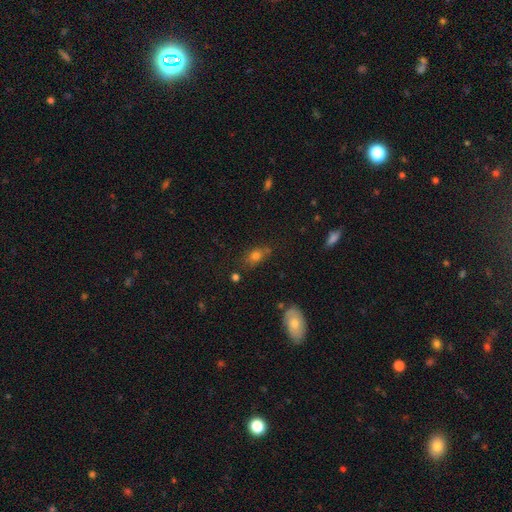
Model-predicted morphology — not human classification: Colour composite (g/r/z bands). It shows a smooth galaxy with no disk features (73%) that is in between round and cigar-shaped (73%). Merging: none (67%).